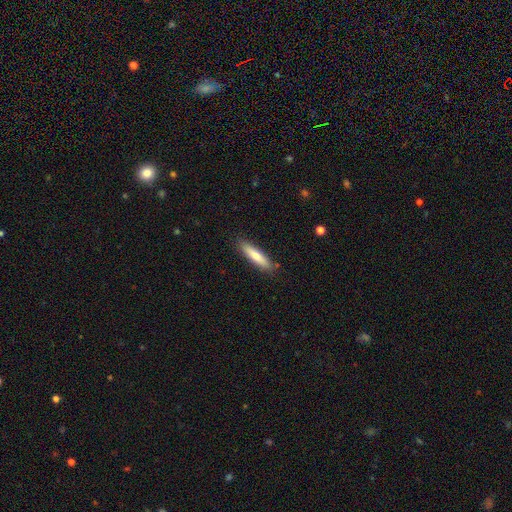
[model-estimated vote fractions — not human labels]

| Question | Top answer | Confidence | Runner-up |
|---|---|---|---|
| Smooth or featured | smooth | 68% | featured or disk (26%) |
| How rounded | cigar-shaped | 81% | in between (18%) |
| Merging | none | 88% | minor disturbance (9%) |